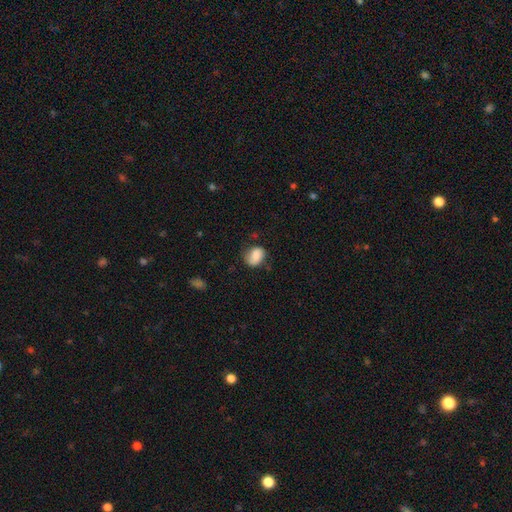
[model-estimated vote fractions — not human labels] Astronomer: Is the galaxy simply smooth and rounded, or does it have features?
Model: smooth — 77%.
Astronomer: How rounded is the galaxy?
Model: in between — 59% (runner-up: round, 40%).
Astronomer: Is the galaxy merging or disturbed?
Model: none — 56%.